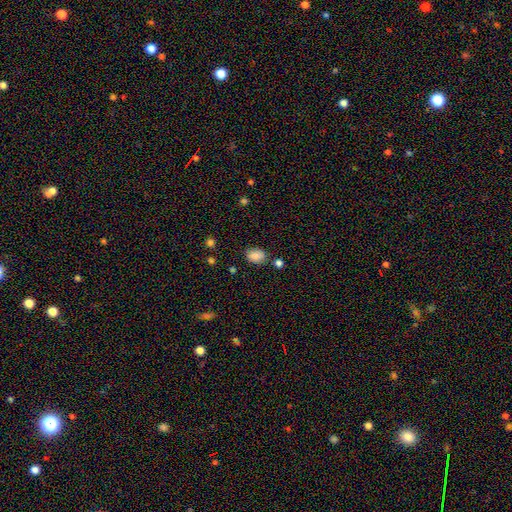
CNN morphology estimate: type=smooth (83%); roundness=in between (66%); merging=none (78%).